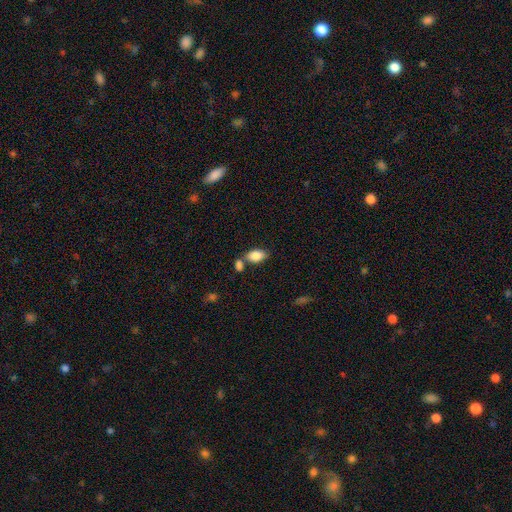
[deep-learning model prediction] Smooth or featured? Predicted: smooth (p=0.86). How rounded? Predicted: in between (p=0.91). Merging? Predicted: none (p=0.57).